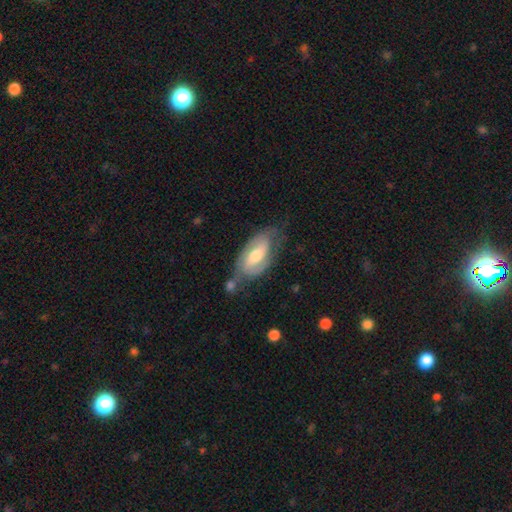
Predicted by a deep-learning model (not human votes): Smooth or featured: featured or disk — 67% (smooth — 28%)
Edge-on disk: no — 92% (yes — 8%)
Bar: weak — 45% (no — 31%)
Spiral arms: yes — 83% (no — 17%)
Spiral winding: medium — 44% (tight — 36%)
Spiral arm count: 2 — 76% (can't tell — 15%)
Bulge size: moderate — 66% (small — 20%)
Merging: none — 52% (minor disturbance — 26%)